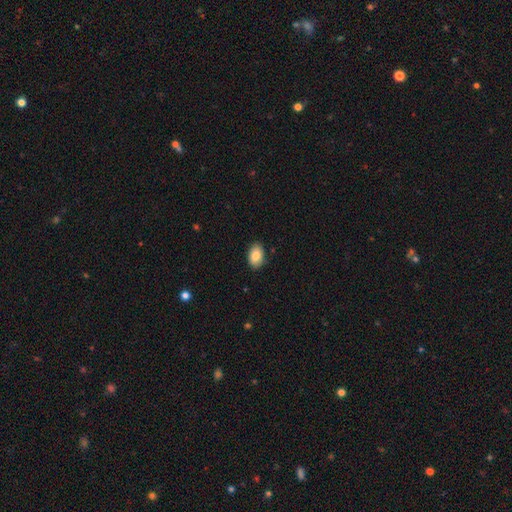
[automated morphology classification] Q: Smooth or featured?
A: smooth (85%); runner-up: featured or disk (8%)
Q: How rounded?
A: in between (90%); runner-up: round (9%)
Q: Merging?
A: none (87%); runner-up: minor disturbance (10%)